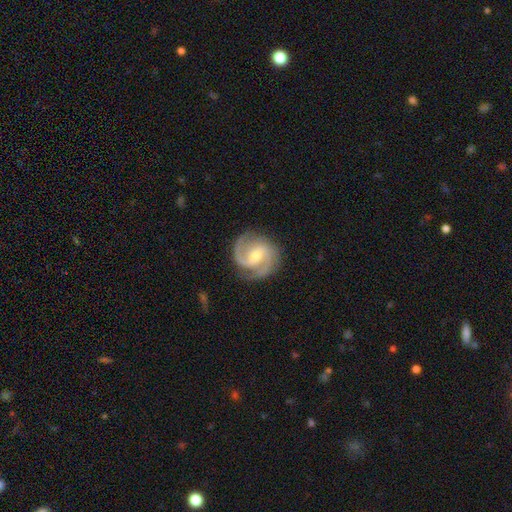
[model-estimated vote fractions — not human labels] Smooth or featured?
  - featured or disk: 90% *
  - smooth: 5%
  - star or artifact: 4%
Edge-on disk?
  - no: 98% *
  - yes: 2%
Bar?
  - weak: 50% *
  - no: 30%
  - strong: 20%
Spiral arms?
  - yes: 98% *
  - no: 2%
Spiral winding?
  - medium: 54% *
  - tight: 35%
  - loose: 11%
Spiral arm count?
  - 2: 62% *
  - 3: 26%
  - can't tell: 5%
  - 1: 3%
  - 4: 3%
  - more than 4: 2%
Bulge size?
  - small: 51% *
  - moderate: 44%
  - large: 2%
  - none: 2%
  - dominant: 1%
Merging?
  - none: 81% *
  - minor disturbance: 13%
  - major disturbance: 5%
  - merger: 1%